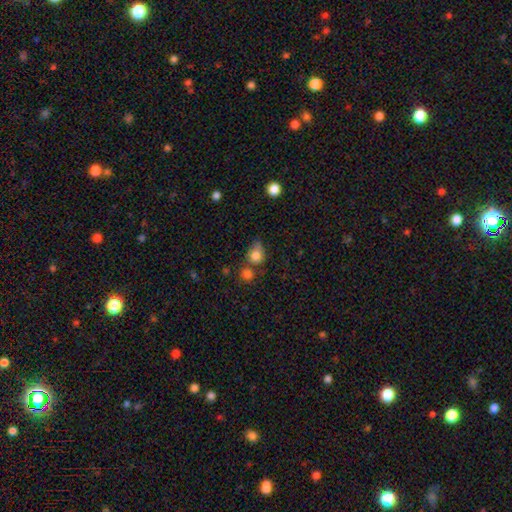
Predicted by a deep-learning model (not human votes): Smooth or featured?
  - smooth: 80% *
  - star or artifact: 11%
  - featured or disk: 9%
How rounded?
  - round: 65% *
  - in between: 33%
  - cigar-shaped: 1%
Merging?
  - none: 44% *
  - minor disturbance: 24%
  - merger: 23%
  - major disturbance: 10%